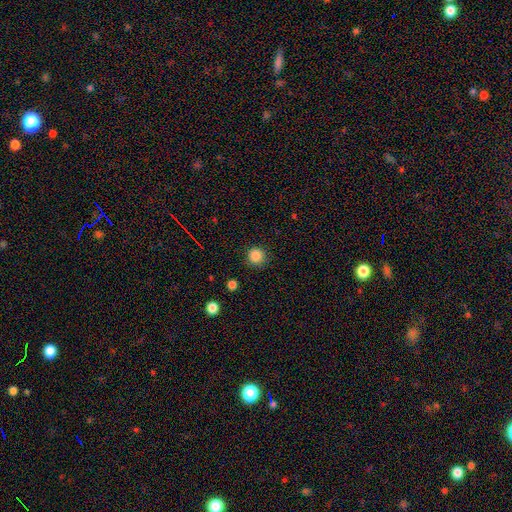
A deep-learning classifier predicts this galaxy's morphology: smooth_or_featured: smooth (p=0.85) [alt: star or artifact p=0.11]
how_rounded: round (p=0.95) [alt: in between p=0.04]
merging: none (p=0.88) [alt: minor disturbance p=0.08]